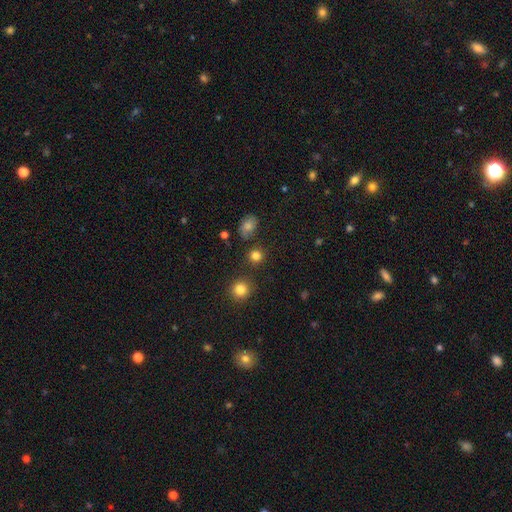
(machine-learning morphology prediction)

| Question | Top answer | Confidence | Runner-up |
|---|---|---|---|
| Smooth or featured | smooth | 81% | star or artifact (13%) |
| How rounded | round | 86% | in between (13%) |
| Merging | none | 82% | minor disturbance (9%) |